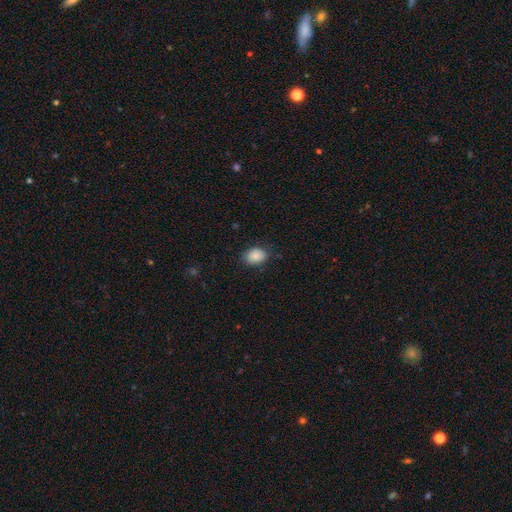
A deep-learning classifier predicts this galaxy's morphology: Smooth or featured?
  - smooth: 87% *
  - star or artifact: 8%
  - featured or disk: 6%
How rounded?
  - in between: 66% *
  - round: 34%
  - cigar-shaped: 1%
Merging?
  - none: 80% *
  - minor disturbance: 15%
  - major disturbance: 4%
  - merger: 1%